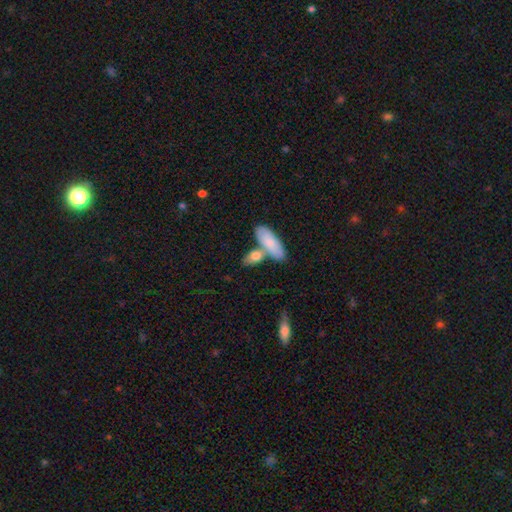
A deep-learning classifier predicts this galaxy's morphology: Smooth or featured? smooth (78%)
How rounded? in between (75%)
Merging? none (46%)